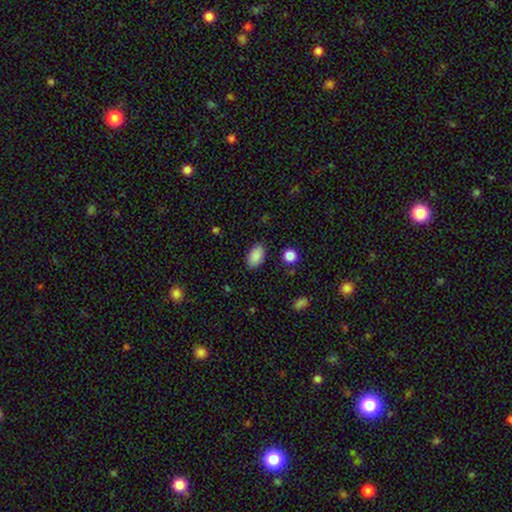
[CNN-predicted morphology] smooth-or-featured: smooth: 89% | star or artifact: 8% | featured or disk: 4%
  how-rounded: in between: 92% | round: 6% | cigar-shaped: 2%
  merging: none: 86% | minor disturbance: 10% | major disturbance: 3% | merger: 1%